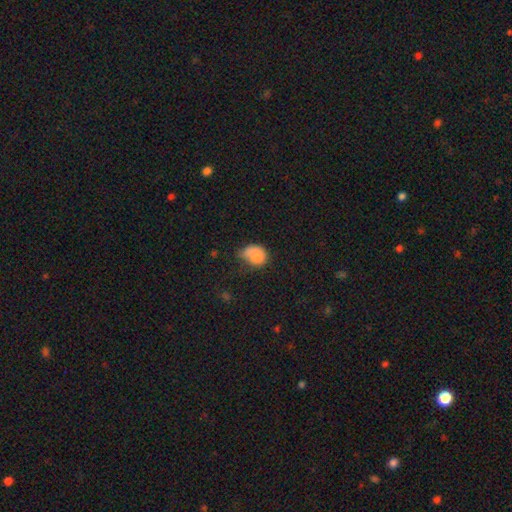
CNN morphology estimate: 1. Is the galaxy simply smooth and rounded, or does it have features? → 75% smooth, 16% featured or disk, 9% star or artifact.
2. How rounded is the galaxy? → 60% in between, 39% round, 1% cigar-shaped.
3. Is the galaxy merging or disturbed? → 30% minor disturbance, 28% none, 28% major disturbance, 14% merger.